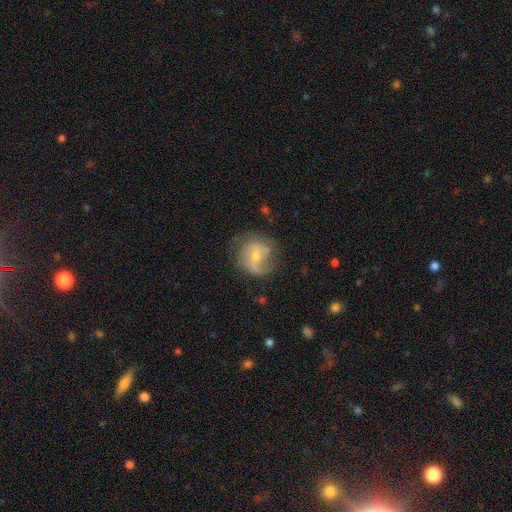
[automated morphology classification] Overall: featured or disk (62%; smooth 30%). Edge-on disk: no (97%). Bar: no (45%; weak 44%). Spiral arms: yes (80%). Bulge size: small (47%; moderate 46%). Merging: none (60%; minor disturbance 23%).